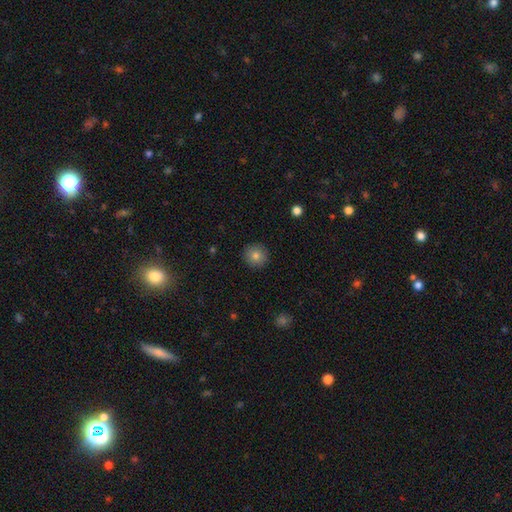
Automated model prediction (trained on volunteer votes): Smooth or featured?
  - smooth: 81% *
  - star or artifact: 9%
  - featured or disk: 9%
How rounded?
  - round: 94% *
  - in between: 5%
  - cigar-shaped: 1%
Merging?
  - none: 91% *
  - minor disturbance: 6%
  - major disturbance: 2%
  - merger: 1%